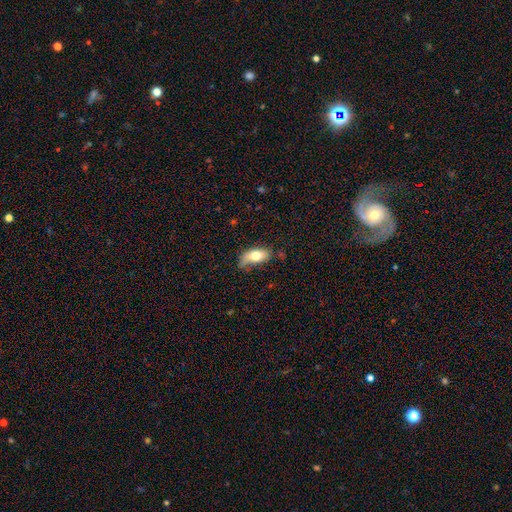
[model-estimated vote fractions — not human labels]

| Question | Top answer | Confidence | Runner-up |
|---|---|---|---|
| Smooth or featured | smooth | 73% | featured or disk (20%) |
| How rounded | in between | 88% | cigar-shaped (8%) |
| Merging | none | 48% | minor disturbance (35%) |